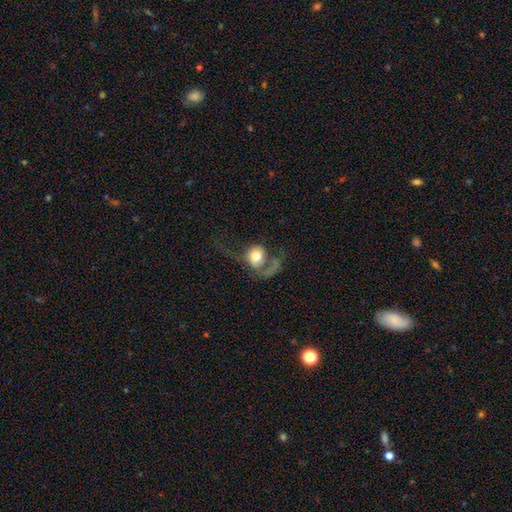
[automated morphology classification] Smooth or featured? Predicted: smooth (p=0.53). How rounded? Predicted: round (p=0.75). Merging? Predicted: major disturbance (p=0.57).